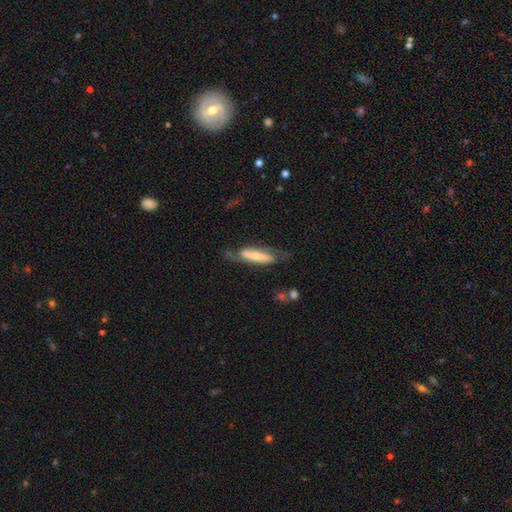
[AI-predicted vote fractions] smooth-or-featured: featured or disk: 61% | smooth: 34% | star or artifact: 6%
  disk-edge-on: no: 67% | yes: 33%
  merging: none: 59% | minor disturbance: 22% | major disturbance: 16% | merger: 3%